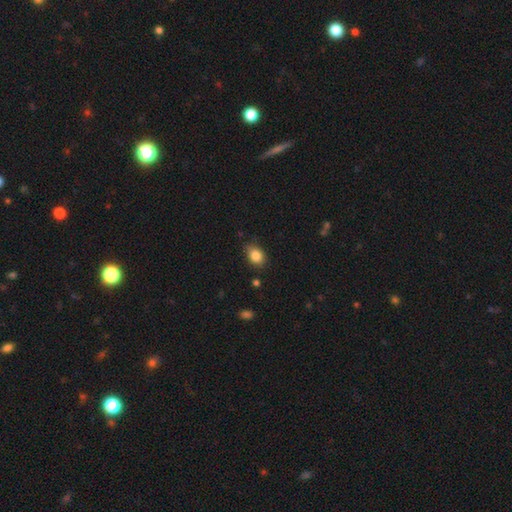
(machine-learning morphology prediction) Q: Smooth or featured?
A: smooth (85%); runner-up: star or artifact (9%)
Q: How rounded?
A: in between (67%); runner-up: round (31%)
Q: Merging?
A: none (69%); runner-up: minor disturbance (25%)